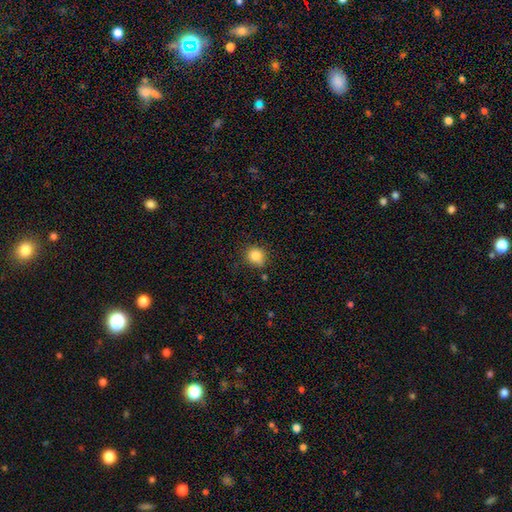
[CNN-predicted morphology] Q: Smooth or featured?
A: smooth (84%); runner-up: star or artifact (11%)
Q: How rounded?
A: round (78%); runner-up: in between (21%)
Q: Merging?
A: none (78%); runner-up: minor disturbance (16%)